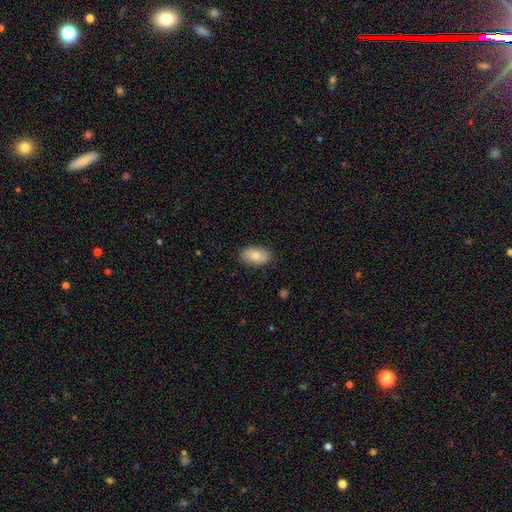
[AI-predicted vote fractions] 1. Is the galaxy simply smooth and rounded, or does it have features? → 77% smooth, 16% featured or disk, 6% star or artifact.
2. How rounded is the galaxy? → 93% in between, 5% round, 2% cigar-shaped.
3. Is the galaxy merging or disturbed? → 87% none, 10% minor disturbance, 2% major disturbance, 1% merger.